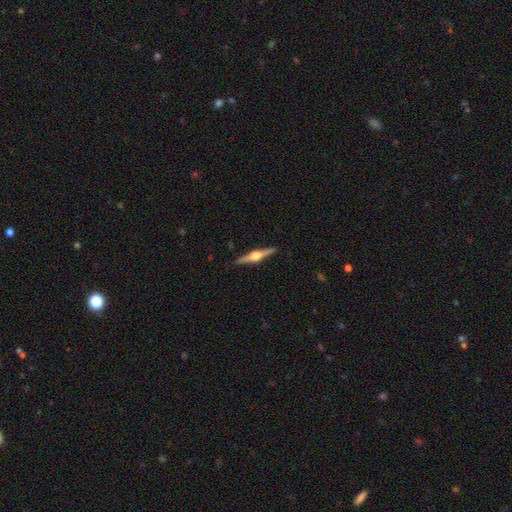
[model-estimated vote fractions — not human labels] featured or disk 82%, smooth 13%, star or artifact 5%. Down the decision tree: edge-on disk — yes (98%); edge-on bulge — rounded (94%); merging — none (91%).